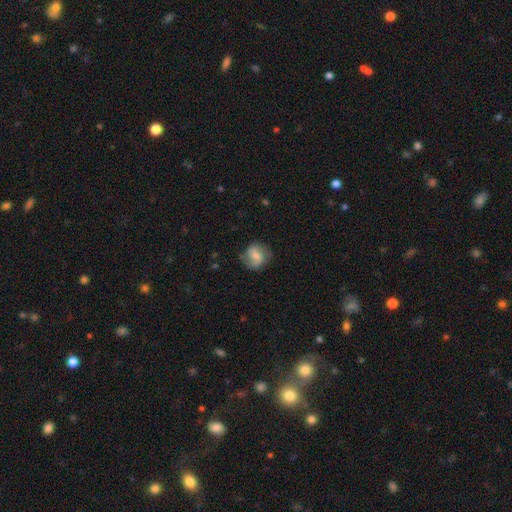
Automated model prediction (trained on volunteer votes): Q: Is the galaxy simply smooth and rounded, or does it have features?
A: smooth — 49%.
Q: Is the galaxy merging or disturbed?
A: none — 70%.